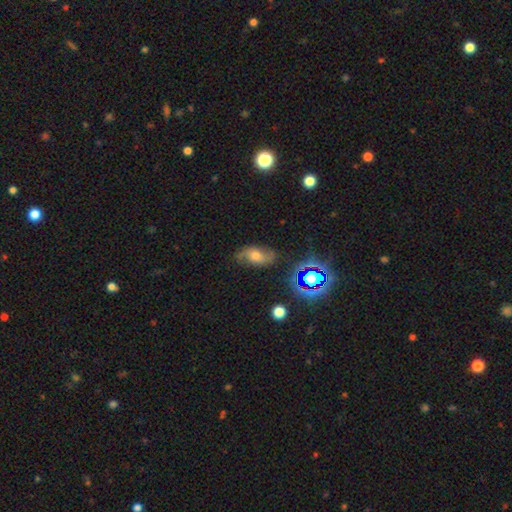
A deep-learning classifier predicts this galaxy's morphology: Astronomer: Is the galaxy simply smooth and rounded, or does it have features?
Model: featured or disk — 47% (runner-up: smooth, 36%).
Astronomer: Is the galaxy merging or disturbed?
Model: none — 68%.